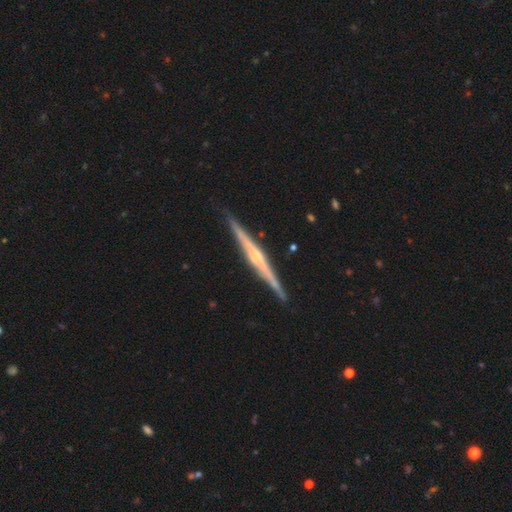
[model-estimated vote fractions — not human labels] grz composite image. It shows a featured or disk galaxy (83%) viewed edge-on (98%) with a rounded central bulge (74%). Merging: none (91%).